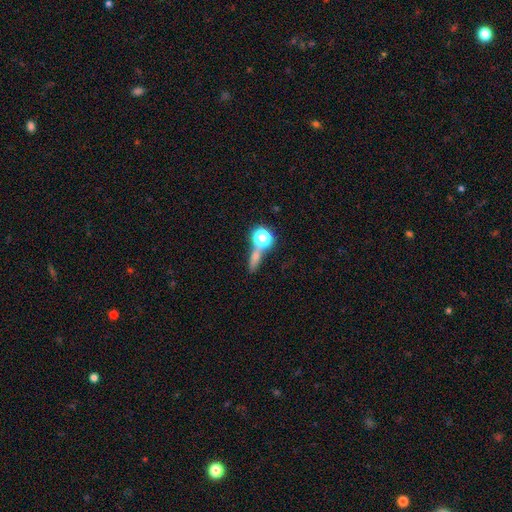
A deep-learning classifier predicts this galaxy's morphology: Smooth or featured? smooth (57%)
How rounded? cigar-shaped (39%)
Merging? none (61%)